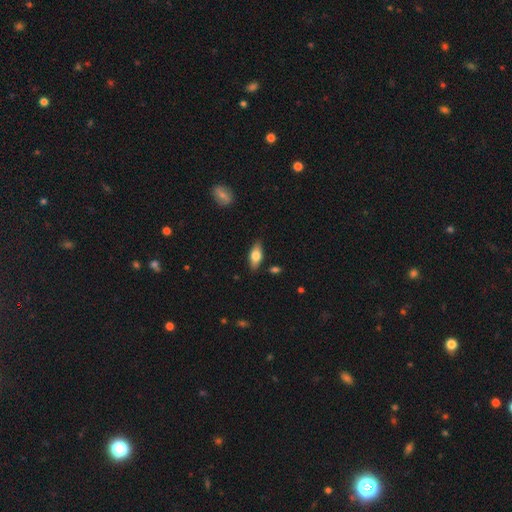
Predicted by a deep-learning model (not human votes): Smooth or featured?
  - smooth: 67% *
  - featured or disk: 27%
  - star or artifact: 6%
How rounded?
  - in between: 80% *
  - cigar-shaped: 17%
  - round: 3%
Merging?
  - none: 84% *
  - minor disturbance: 12%
  - major disturbance: 2%
  - merger: 2%